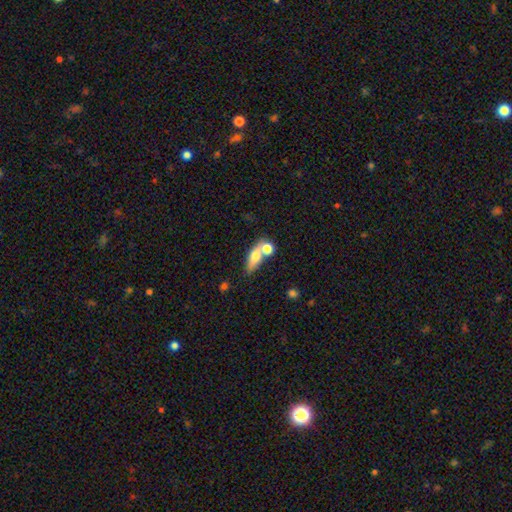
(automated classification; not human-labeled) This appears to be a smooth galaxy with no disk features (63%) that is in between round and cigar-shaped (59%). Merging: none (41%, tied with merger).